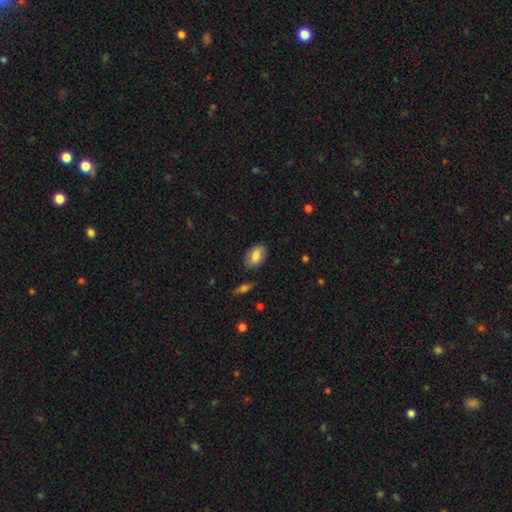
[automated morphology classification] Smooth or featured? smooth (79%)
How rounded? in between (90%)
Merging? none (83%)